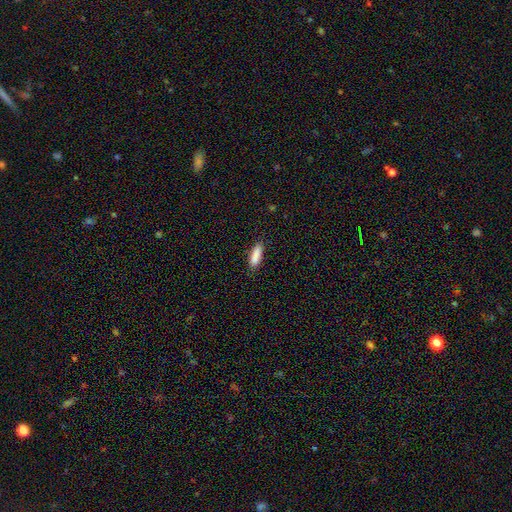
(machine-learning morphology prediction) Overall: smooth (88%). How rounded: cigar-shaped (52%; in between 47%). Merging: none (84%).